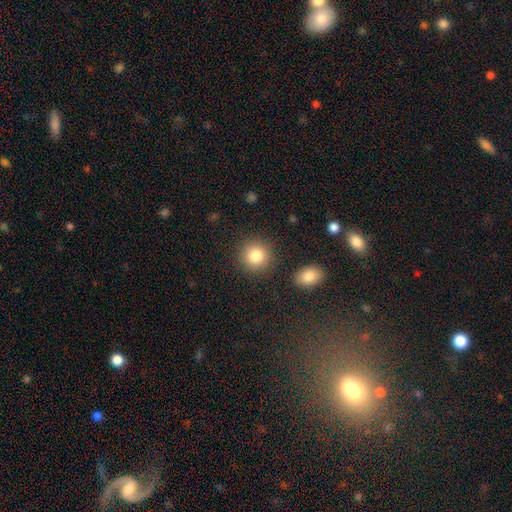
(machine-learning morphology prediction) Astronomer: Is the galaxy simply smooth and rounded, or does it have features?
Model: smooth — 83%.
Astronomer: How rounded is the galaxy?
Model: round — 91%.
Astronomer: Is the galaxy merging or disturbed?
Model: none — 87%.